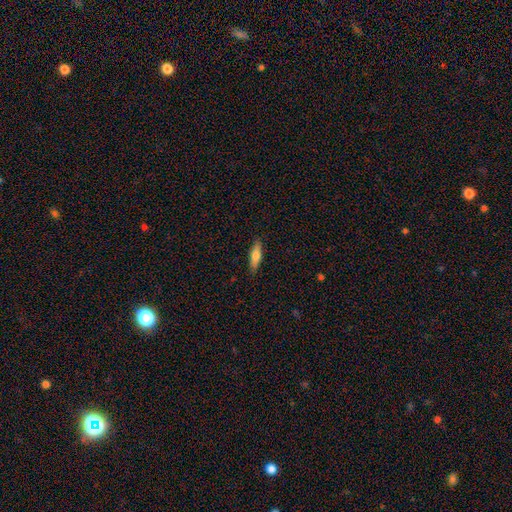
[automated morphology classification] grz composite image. It shows a smooth galaxy with no disk features (70%) that is cigar-shaped (59%). Merging: none (88%).